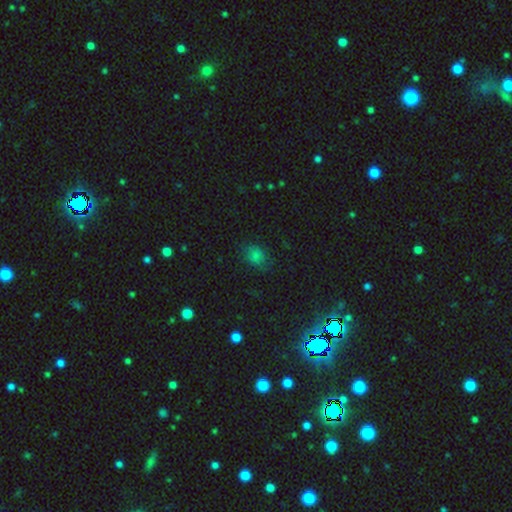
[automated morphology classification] smooth_or_featured: smooth (p=0.72) [alt: star or artifact p=0.18]
how_rounded: in between (p=0.62) [alt: round p=0.37]
merging: none (p=0.71) [alt: minor disturbance p=0.20]